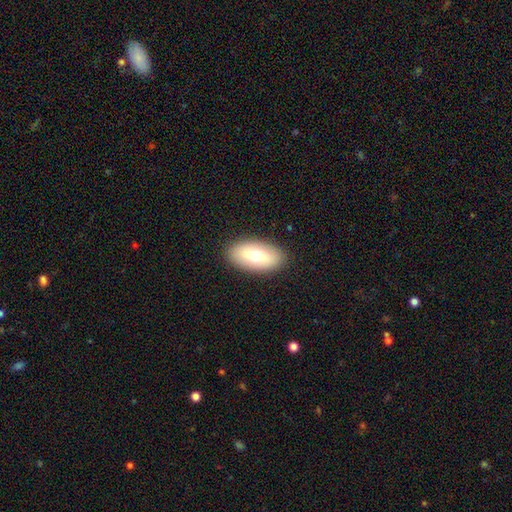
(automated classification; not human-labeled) This is likely a smooth galaxy (68%). How rounded: clearly in between (93%). Merging: clearly none (89%).